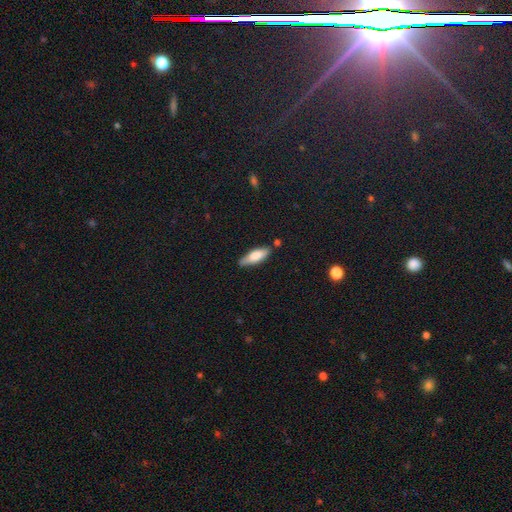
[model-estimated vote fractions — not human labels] Q: Smooth or featured?
A: smooth (76%); runner-up: featured or disk (18%)
Q: How rounded?
A: in between (58%); runner-up: cigar-shaped (40%)
Q: Merging?
A: none (77%); runner-up: minor disturbance (17%)